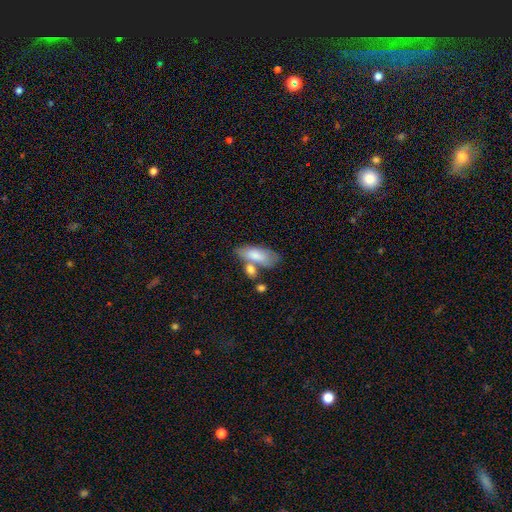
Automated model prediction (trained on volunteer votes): Smooth or featured?
  - smooth: 77% *
  - featured or disk: 18%
  - star or artifact: 6%
How rounded?
  - in between: 80% *
  - cigar-shaped: 17%
  - round: 3%
Merging?
  - none: 47% *
  - merger: 30%
  - minor disturbance: 17%
  - major disturbance: 6%